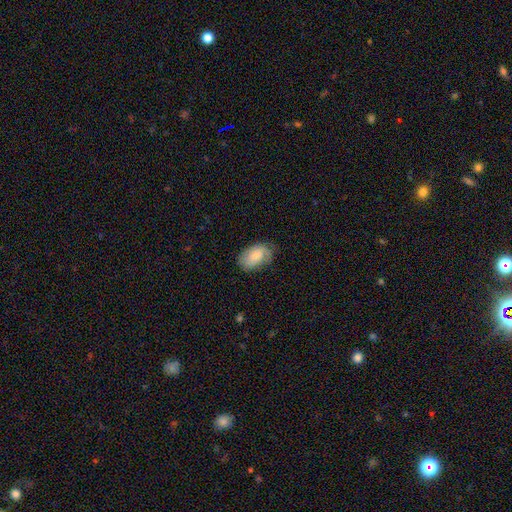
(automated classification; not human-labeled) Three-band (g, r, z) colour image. It shows a smooth galaxy with no disk features (72%) that is in between round and cigar-shaped (92%). Merging: none (67%).